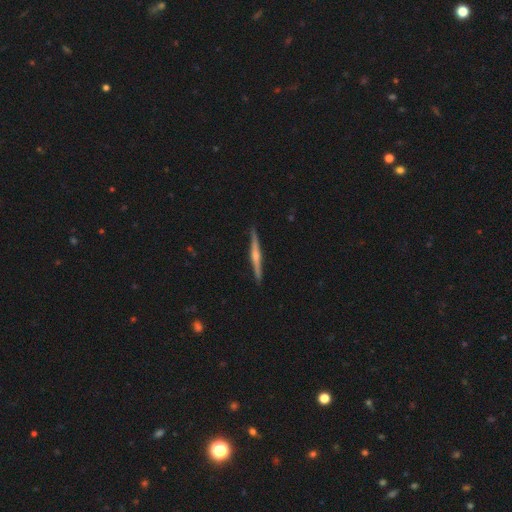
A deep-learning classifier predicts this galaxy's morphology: A featured or disk galaxy (73%) viewed edge-on (98%) with a rounded central bulge (76%).

Vote fractions:
- Smooth or featured? featured or disk: 73% / smooth: 21% / star or artifact: 5%
- Edge-on disk? yes: 98% / no: 2%
- Edge-on bulge? rounded: 76% / none: 14% / boxy: 11%
- Merging? none: 91% / minor disturbance: 7% / major disturbance: 1% / merger: 1%